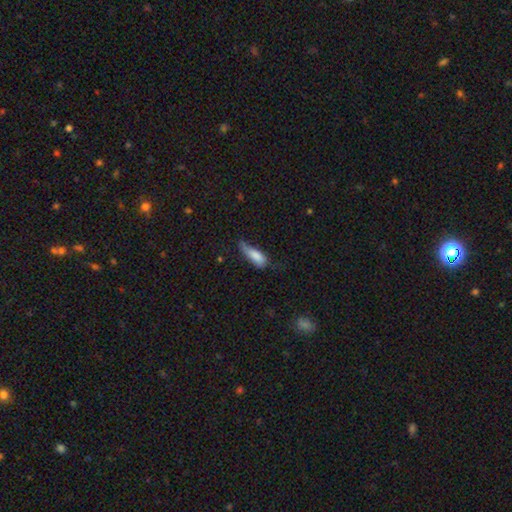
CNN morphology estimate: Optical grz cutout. It shows a smooth galaxy with no disk features (79%) that is in between round and cigar-shaped (53%). Merging: minor disturbance (42%).